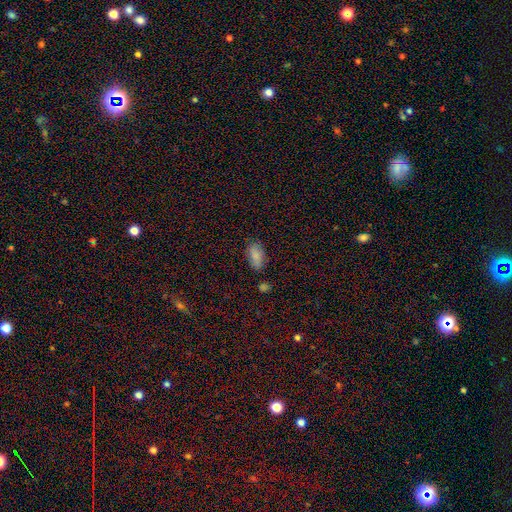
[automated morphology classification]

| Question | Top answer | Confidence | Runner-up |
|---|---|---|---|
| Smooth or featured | smooth | 84% | star or artifact (9%) |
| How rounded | in between | 92% | cigar-shaped (5%) |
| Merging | none | 79% | minor disturbance (15%) |